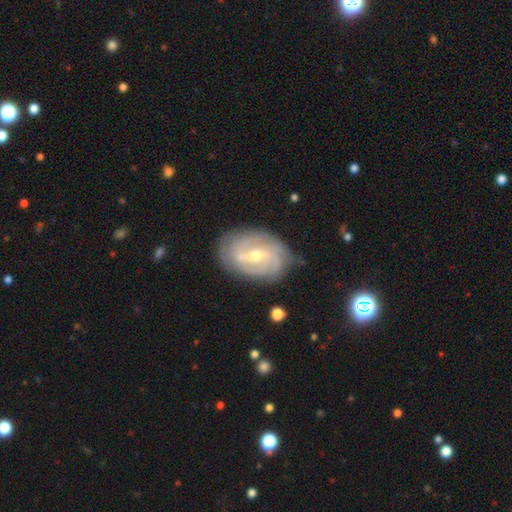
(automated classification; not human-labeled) Morphology: type=featured or disk (86%); edge-on=no (96%); bar=weak (49%); spiral arms=yes (94%); winding=tight (52%); arm count=2 (38%); bulge=small (53%); merging=none (76%).